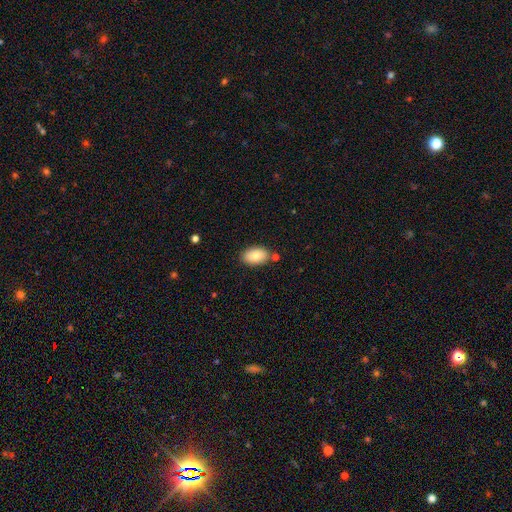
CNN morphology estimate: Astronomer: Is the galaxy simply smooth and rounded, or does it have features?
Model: smooth — 81%.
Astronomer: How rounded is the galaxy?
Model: in between — 92%.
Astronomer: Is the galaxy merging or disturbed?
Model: none — 79%.